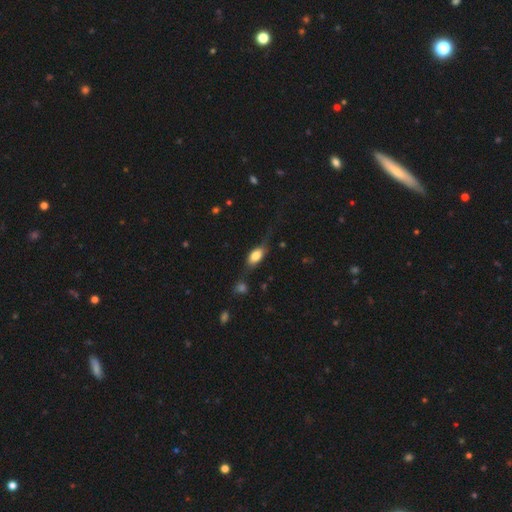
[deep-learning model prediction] This is likely a smooth galaxy (72%). How rounded: clearly in between (83%). Merging: possibly none (54%).